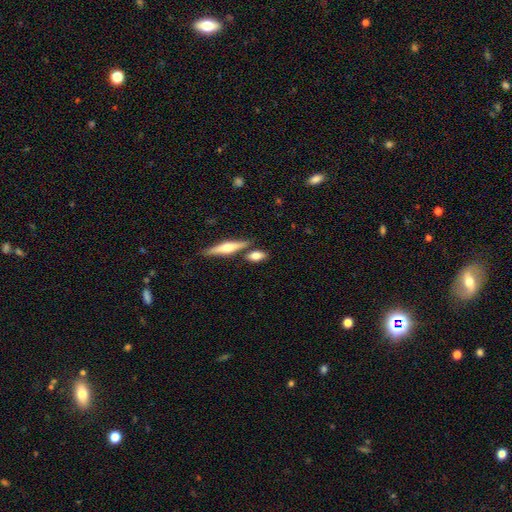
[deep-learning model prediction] Overall: smooth (68%). How rounded: in between (72%). Merging: none (68%).